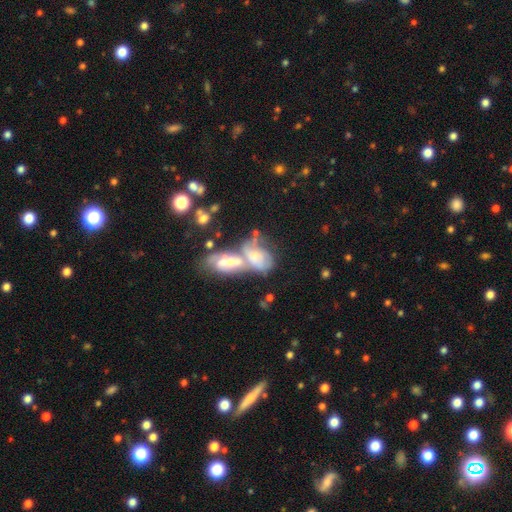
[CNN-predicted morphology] A featured or disk galaxy (53%).

Vote fractions:
- Smooth or featured? featured or disk: 53% / smooth: 38% / star or artifact: 9%
- Edge-on disk? no: 94% / yes: 6%
- Merging? merger: 73% / none: 12% / major disturbance: 8% / minor disturbance: 7%